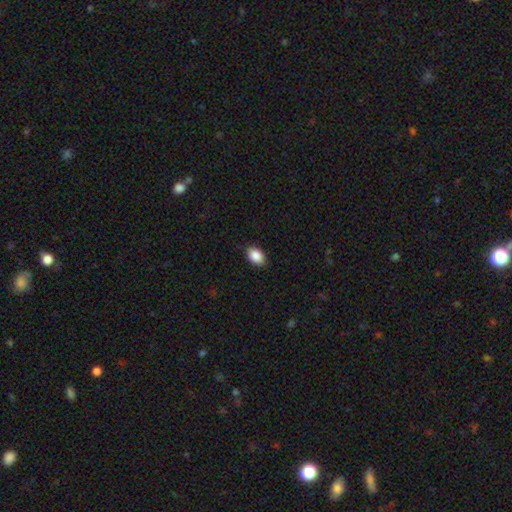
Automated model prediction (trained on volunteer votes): Morphology: type=smooth (89%); roundness=in between (87%); merging=none (86%).